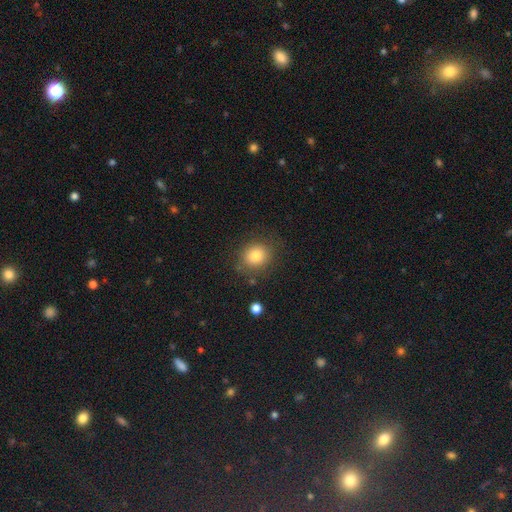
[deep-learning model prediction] A smooth galaxy with no disk features (80%) that is round (82%). Merging: none (82%).